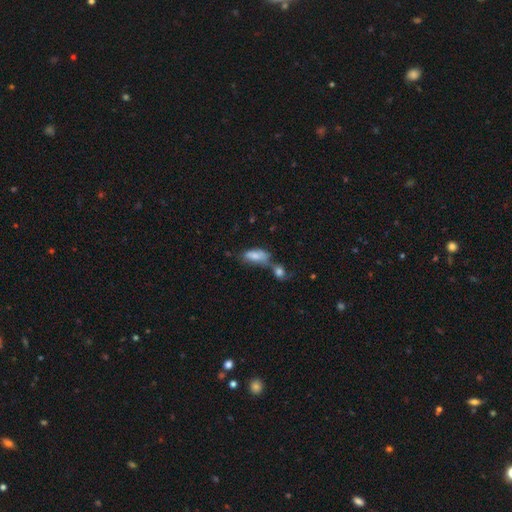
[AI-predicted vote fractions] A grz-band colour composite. It shows a smooth galaxy with no disk features (73%) that is in between round and cigar-shaped (86%). Merging: merger (46%).